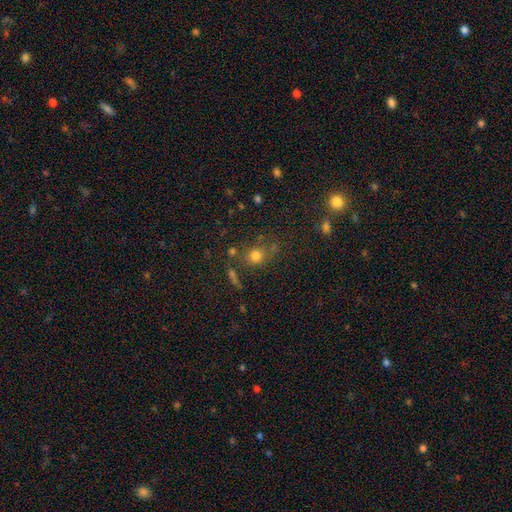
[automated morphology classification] smooth_or_featured: smooth (p=0.71) [alt: star or artifact p=0.19]
how_rounded: round (p=0.78) [alt: in between p=0.20]
merging: none (p=0.65) [alt: minor disturbance p=0.15]